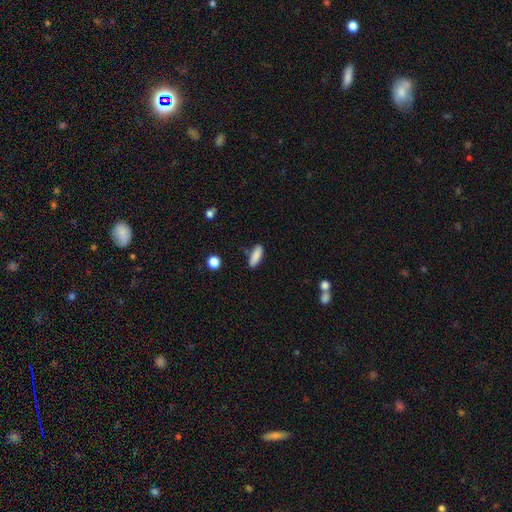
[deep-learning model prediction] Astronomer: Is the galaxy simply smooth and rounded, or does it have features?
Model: smooth — 87%.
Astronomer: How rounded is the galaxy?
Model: in between — 56% (runner-up: cigar-shaped, 42%).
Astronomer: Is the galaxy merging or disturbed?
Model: none — 82%.